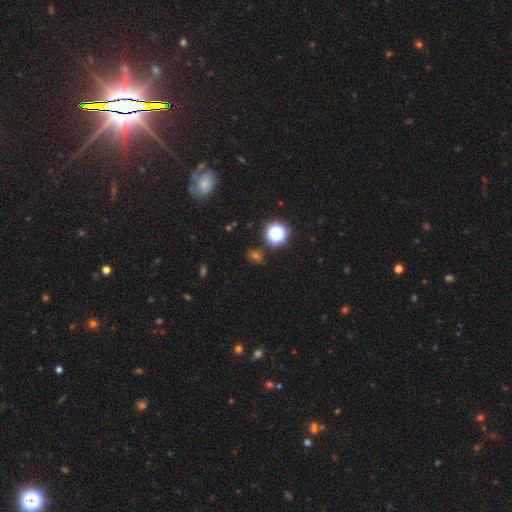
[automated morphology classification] A star or artifact, not a galaxy (51%).